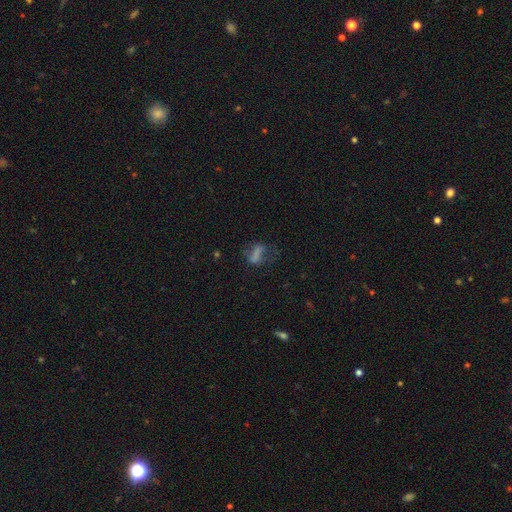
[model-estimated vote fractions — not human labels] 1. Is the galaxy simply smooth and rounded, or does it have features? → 53% smooth, 27% featured or disk, 20% star or artifact.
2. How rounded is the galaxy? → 54% in between, 34% cigar-shaped, 12% round.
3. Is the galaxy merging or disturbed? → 46% none, 27% major disturbance, 23% minor disturbance, 4% merger.